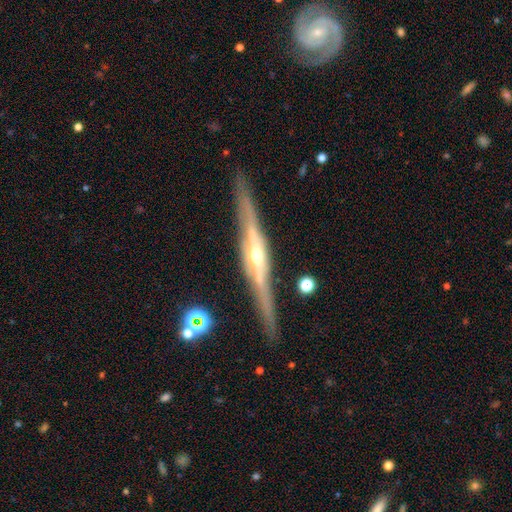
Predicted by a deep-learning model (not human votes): Smooth or featured?
  - featured or disk: 85% *
  - smooth: 9%
  - star or artifact: 6%
Edge-on disk?
  - yes: 97% *
  - no: 3%
Edge-on bulge?
  - rounded: 84% *
  - boxy: 11%
  - none: 5%
Merging?
  - none: 87% *
  - minor disturbance: 9%
  - major disturbance: 2%
  - merger: 2%